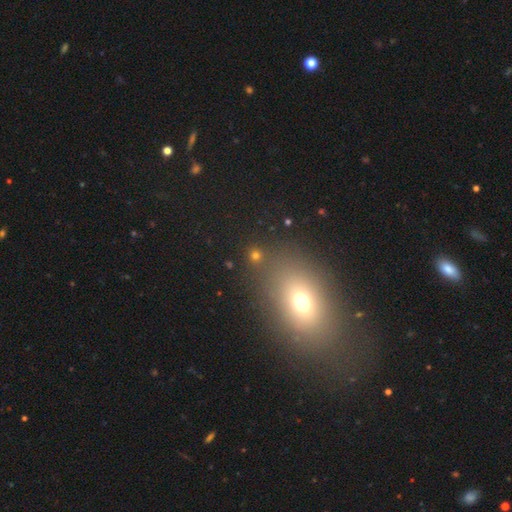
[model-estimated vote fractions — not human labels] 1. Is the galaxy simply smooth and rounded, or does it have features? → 60% smooth, 29% star or artifact, 10% featured or disk.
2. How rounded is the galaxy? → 71% round, 26% in between, 3% cigar-shaped.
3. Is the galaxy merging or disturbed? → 74% none, 11% merger, 10% minor disturbance, 6% major disturbance.